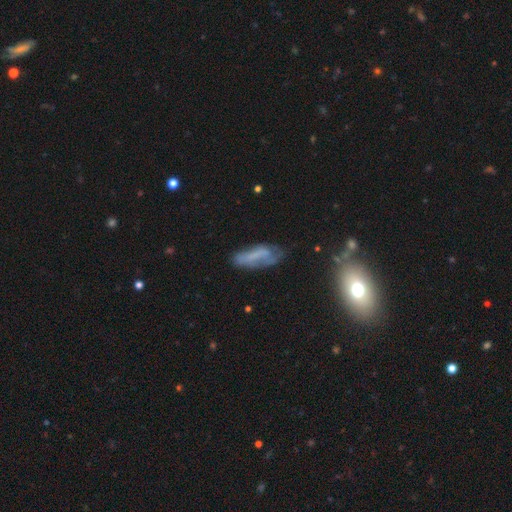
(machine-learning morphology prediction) A smooth galaxy with no disk features (51%) that is in between round and cigar-shaped (56%).

Vote fractions:
- Smooth or featured? smooth: 51% / featured or disk: 38% / star or artifact: 12%
- How rounded? in between: 56% / cigar-shaped: 41% / round: 2%
- Merging? none: 47% / minor disturbance: 31% / major disturbance: 18% / merger: 5%